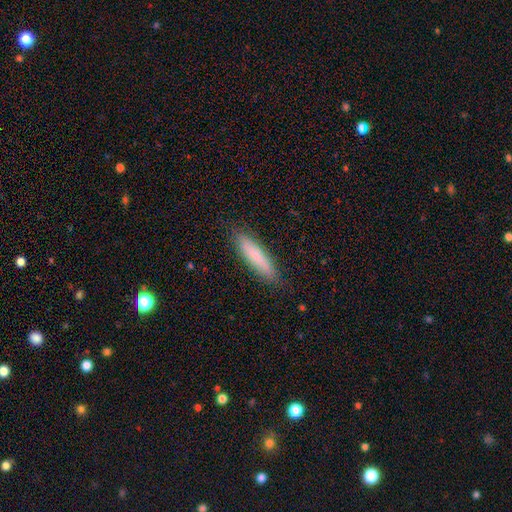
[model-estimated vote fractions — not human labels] Smooth or featured? Predicted: smooth (p=0.80). How rounded? Predicted: cigar-shaped (p=0.82). Merging? Predicted: none (p=0.87).